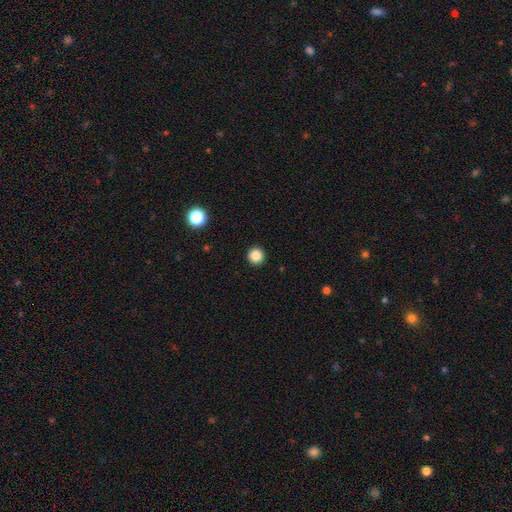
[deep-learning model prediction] Smooth or featured? Predicted: smooth (p=0.86). How rounded? Predicted: round (p=0.96). Merging? Predicted: none (p=0.94).